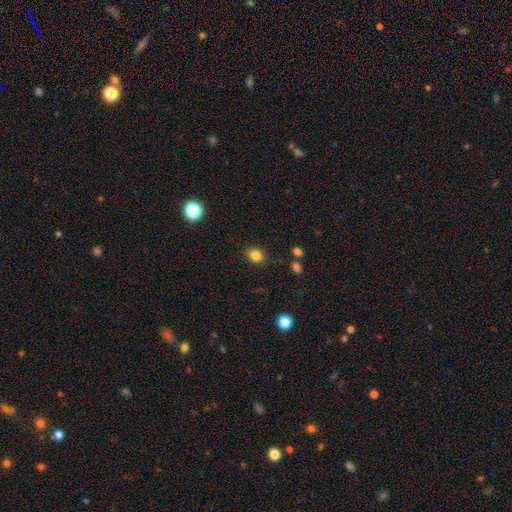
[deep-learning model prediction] Smooth or featured?
  - smooth: 83% *
  - star or artifact: 12%
  - featured or disk: 6%
How rounded?
  - in between: 53% *
  - round: 46%
  - cigar-shaped: 1%
Merging?
  - none: 84% *
  - minor disturbance: 11%
  - major disturbance: 3%
  - merger: 2%